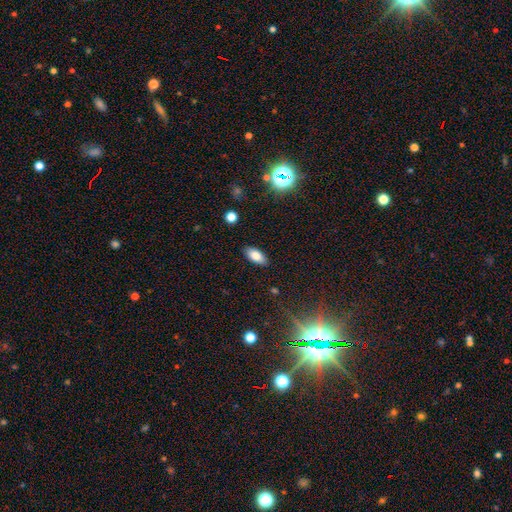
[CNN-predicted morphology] Overall: smooth (81%). How rounded: in between (89%). Merging: none (88%).